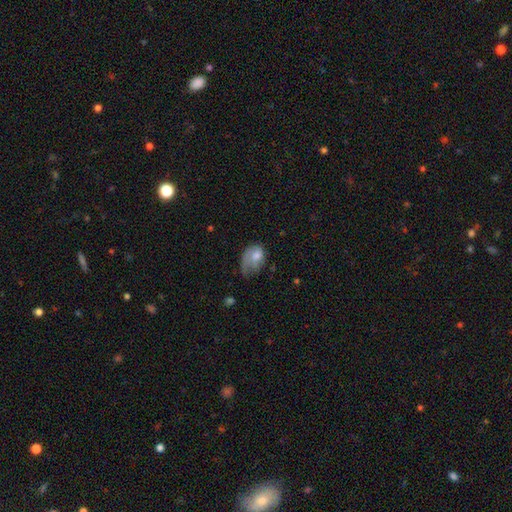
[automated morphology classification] smooth 68%, featured or disk 24%, star or artifact 8%. Down the decision tree: how rounded — in between (79%); merging — minor disturbance (37%, tied with major disturbance).